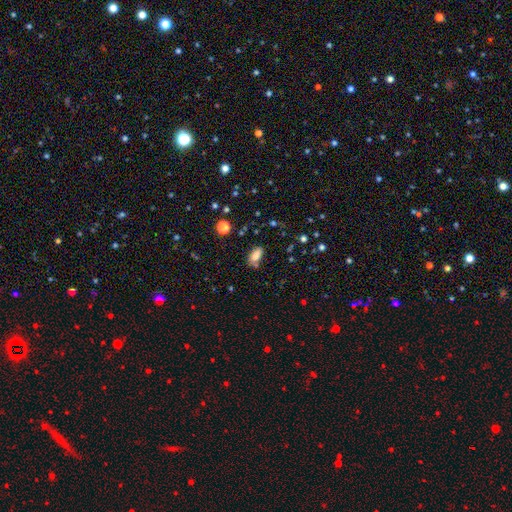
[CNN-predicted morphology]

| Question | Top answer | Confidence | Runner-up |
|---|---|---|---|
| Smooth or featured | smooth | 82% | star or artifact (11%) |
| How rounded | in between | 90% | cigar-shaped (6%) |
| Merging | none | 72% | minor disturbance (16%) |